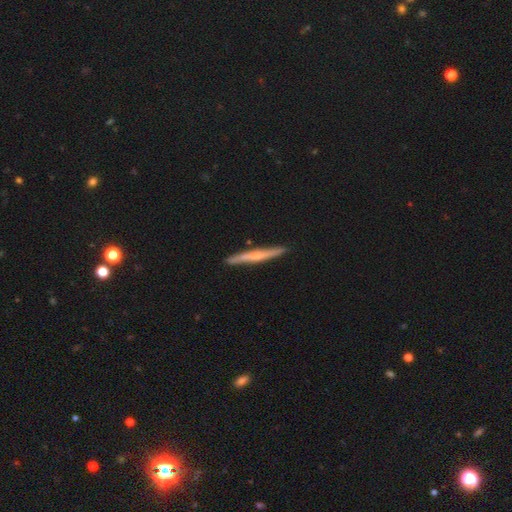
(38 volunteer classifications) Overall: featured or disk (55%; smooth 39%). Edge-on disk: yes (90%). Edge-on bulge: rounded (58%; none 37%). Merging: none (92%).